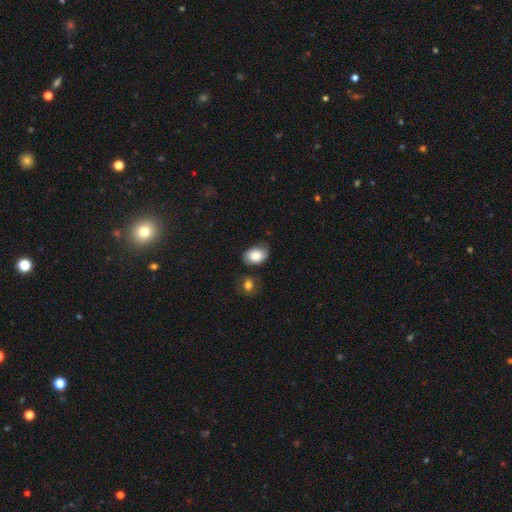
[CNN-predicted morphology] smooth-or-featured: smooth: 78% | featured or disk: 15% | star or artifact: 7%
  how-rounded: in between: 83% | round: 16% | cigar-shaped: 1%
  merging: none: 63% | minor disturbance: 24% | merger: 6% | major disturbance: 6%